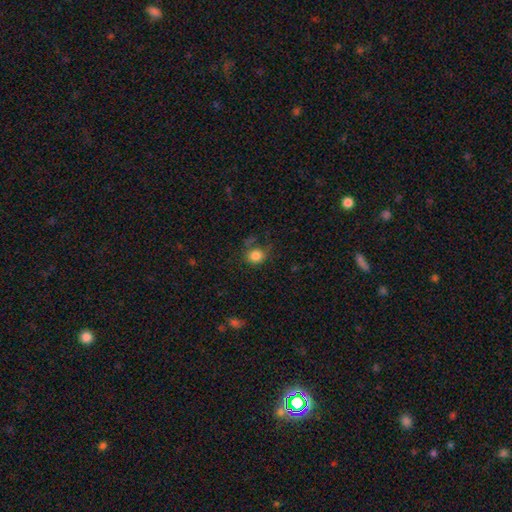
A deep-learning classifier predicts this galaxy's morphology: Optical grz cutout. It shows a smooth galaxy with no disk features (82%) that is round (76%). Merging: none (60%).